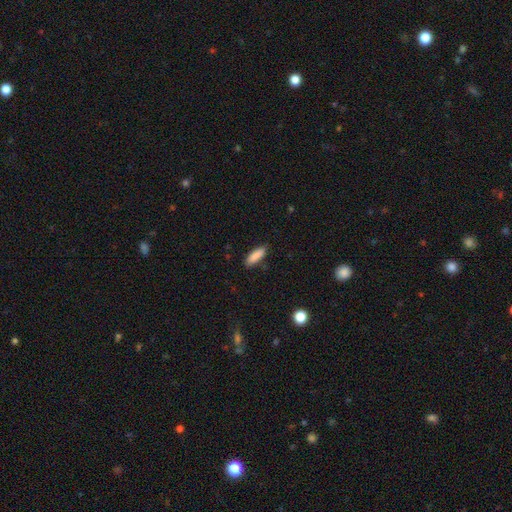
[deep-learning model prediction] smooth_or_featured: smooth (p=0.88) [alt: star or artifact p=0.06]
how_rounded: in between (p=0.53) [alt: cigar-shaped p=0.46]
merging: none (p=0.86) [alt: minor disturbance p=0.10]